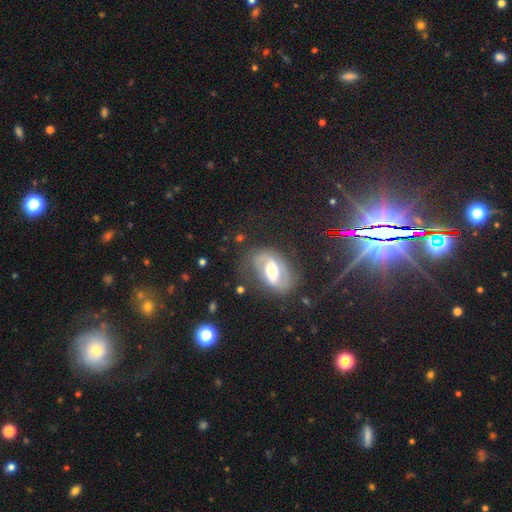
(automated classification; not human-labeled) This is possibly a featured or disk galaxy (58%). It is clearly not viewed edge-on (90%). Bar: marginally strong (41%). Spiral arm pattern: likely yes (71%). Central bulge: likely moderate (68%). Merging: likely none (72%).